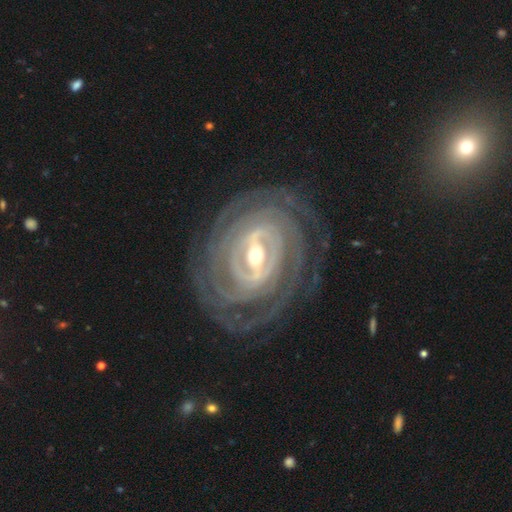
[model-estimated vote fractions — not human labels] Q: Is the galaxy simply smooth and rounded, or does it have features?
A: featured or disk — 91%.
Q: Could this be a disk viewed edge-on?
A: no — 96%.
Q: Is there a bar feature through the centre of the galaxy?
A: strong — 64%.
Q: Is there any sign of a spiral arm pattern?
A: yes — 97%.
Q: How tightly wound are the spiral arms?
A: tight — 86%.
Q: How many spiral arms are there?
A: can't tell — 24%.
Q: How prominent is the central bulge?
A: moderate — 57%.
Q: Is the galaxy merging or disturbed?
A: none — 81%.